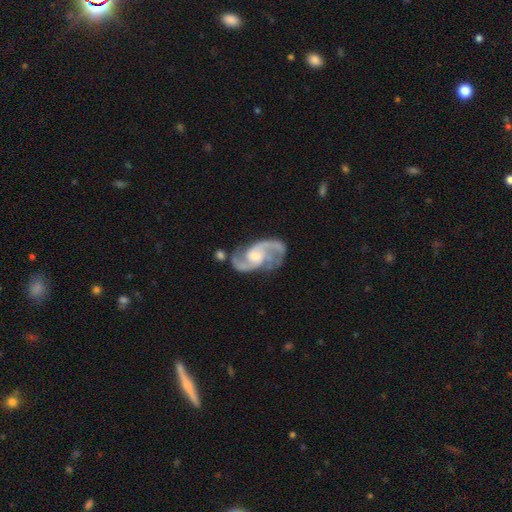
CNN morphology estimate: Smooth or featured? featured or disk (93%)
Edge-on disk? no (98%)
Bar? no (47%)
Spiral arms? yes (98%)
Spiral winding? medium (60%)
Spiral arm count? 2 (91%)
Bulge size? moderate (45%)
Merging? none (72%)